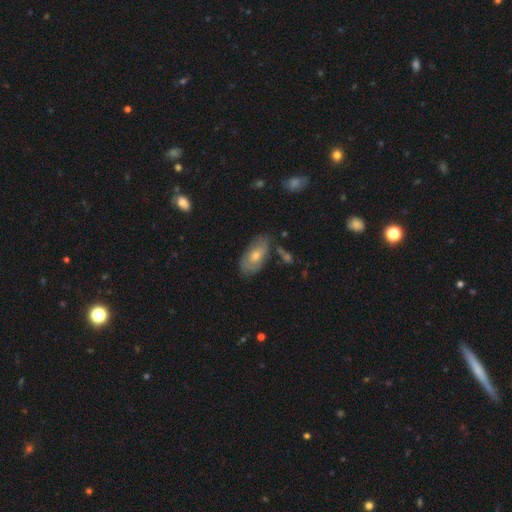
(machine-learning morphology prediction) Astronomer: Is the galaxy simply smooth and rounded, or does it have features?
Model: smooth — 54% (runner-up: featured or disk, 37%).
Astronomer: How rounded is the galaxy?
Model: in between — 91%.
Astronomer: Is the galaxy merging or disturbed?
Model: none — 72%.